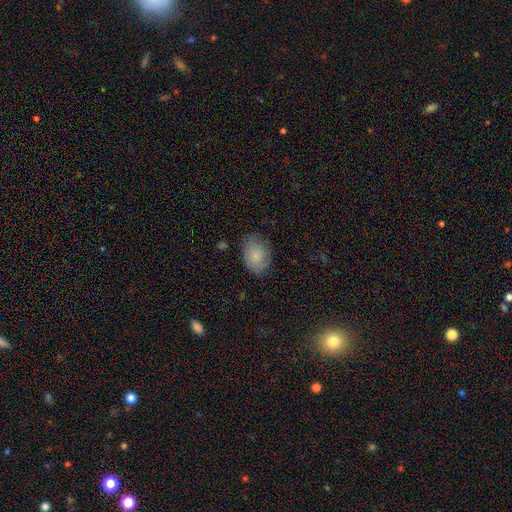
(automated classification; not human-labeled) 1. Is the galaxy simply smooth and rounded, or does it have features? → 75% smooth, 17% featured or disk, 8% star or artifact.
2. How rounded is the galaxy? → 76% in between, 23% round, 1% cigar-shaped.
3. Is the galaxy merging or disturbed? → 73% none, 20% minor disturbance, 6% major disturbance, 1% merger.